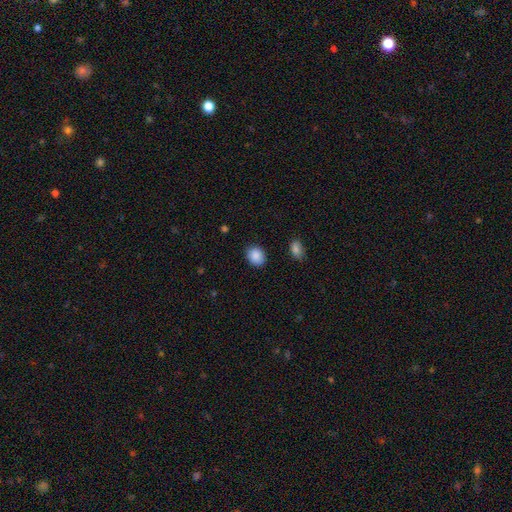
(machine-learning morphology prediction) A smooth galaxy with no disk features (89%) that is round (52%). Merging: none (87%).